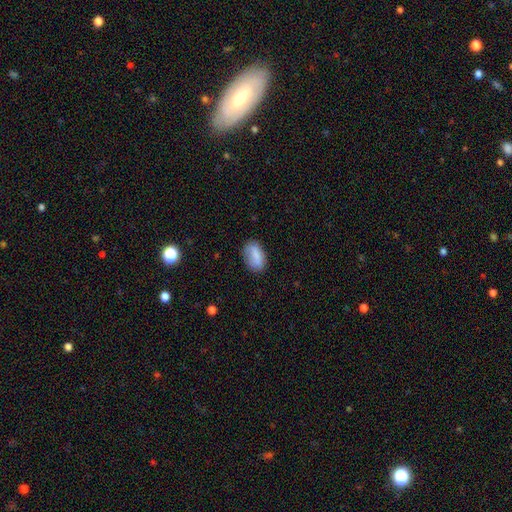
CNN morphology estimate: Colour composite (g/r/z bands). It shows a smooth galaxy with no disk features (78%) that is in between round and cigar-shaped (90%). Merging: none (76%).